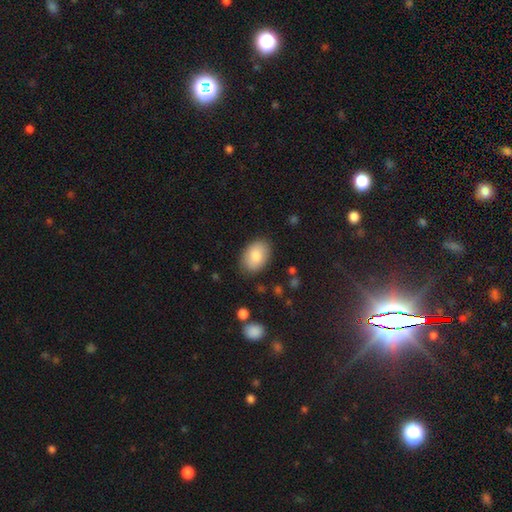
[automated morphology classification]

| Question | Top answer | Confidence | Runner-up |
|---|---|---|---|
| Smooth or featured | smooth | 82% | featured or disk (12%) |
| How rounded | in between | 87% | round (12%) |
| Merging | none | 84% | minor disturbance (12%) |